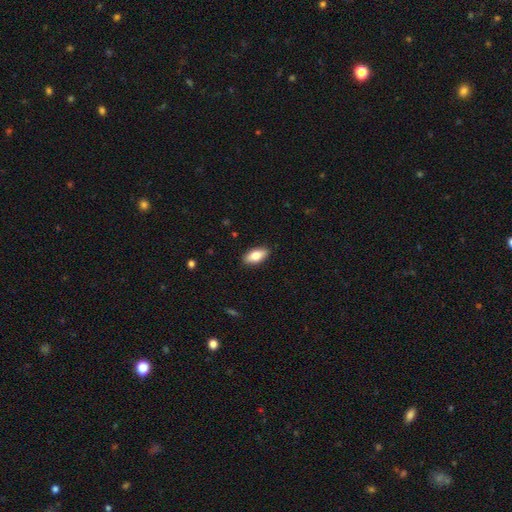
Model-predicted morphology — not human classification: This is likely a smooth galaxy (79%). How rounded: clearly in between (88%). Merging: clearly none (89%).